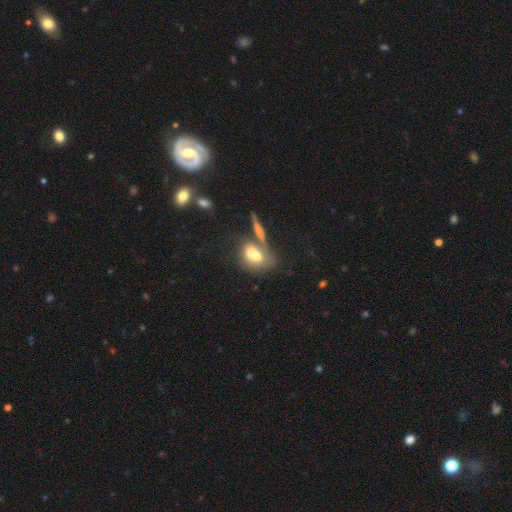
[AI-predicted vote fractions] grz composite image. It shows a smooth galaxy with no disk features (63%) that is in between round and cigar-shaped (69%). Merging: merger (52%).